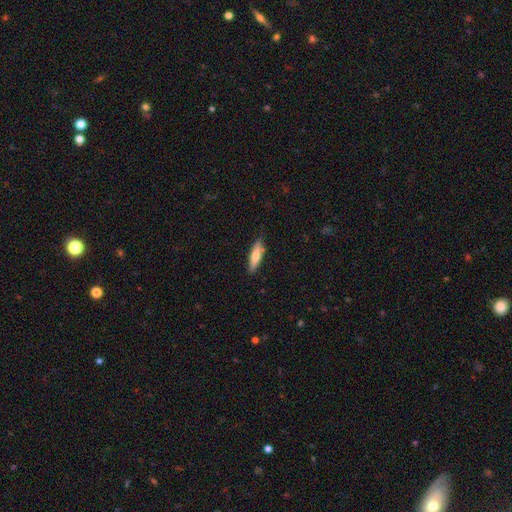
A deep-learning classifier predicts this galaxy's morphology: smooth_or_featured: smooth (p=0.68) [alt: featured or disk p=0.26]
how_rounded: cigar-shaped (p=0.69) [alt: in between p=0.30]
merging: none (p=0.82) [alt: minor disturbance p=0.14]